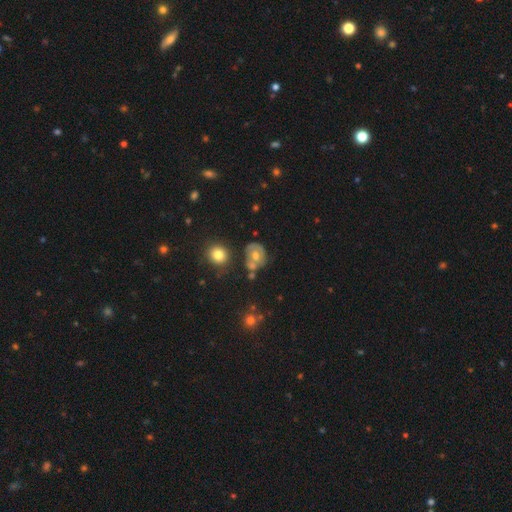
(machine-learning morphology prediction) A featured or disk galaxy (45%). Merging: none (49%).